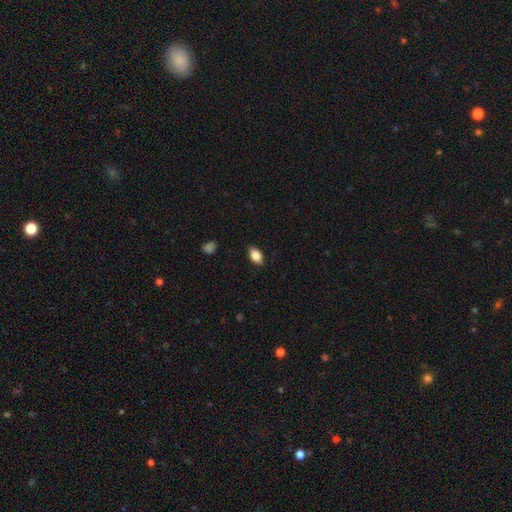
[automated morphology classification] The model was most divided on "smooth or featured": smooth: 84%, featured or disk: 8%, star or artifact: 8%. More confident: how rounded — in between (90%); merging — none (87%).